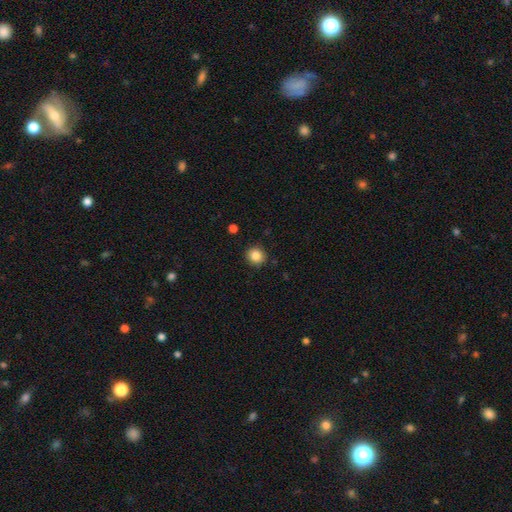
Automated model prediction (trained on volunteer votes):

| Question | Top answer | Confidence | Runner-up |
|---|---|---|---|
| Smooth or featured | smooth | 85% | star or artifact (10%) |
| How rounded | round | 90% | in between (9%) |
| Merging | none | 90% | minor disturbance (6%) |